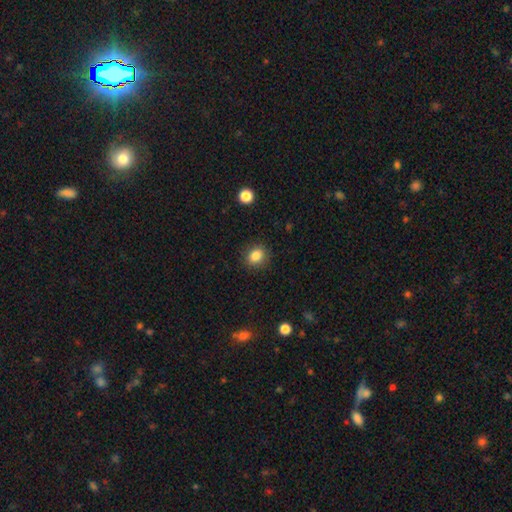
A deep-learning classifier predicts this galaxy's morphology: A smooth galaxy with no disk features (84%) that is round (64%).

Vote fractions:
- Smooth or featured? smooth: 84% / star or artifact: 10% / featured or disk: 5%
- How rounded? round: 64% / in between: 35% / cigar-shaped: 1%
- Merging? none: 88% / minor disturbance: 8% / major disturbance: 3% / merger: 1%